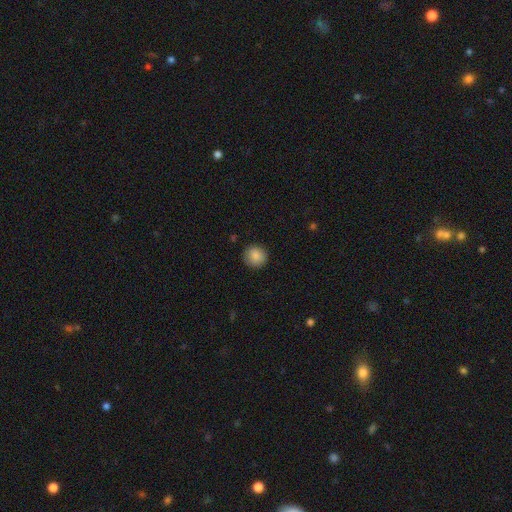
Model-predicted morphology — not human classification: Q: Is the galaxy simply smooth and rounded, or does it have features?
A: smooth — 88%.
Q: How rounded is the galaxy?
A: round — 92%.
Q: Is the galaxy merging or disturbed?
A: none — 89%.